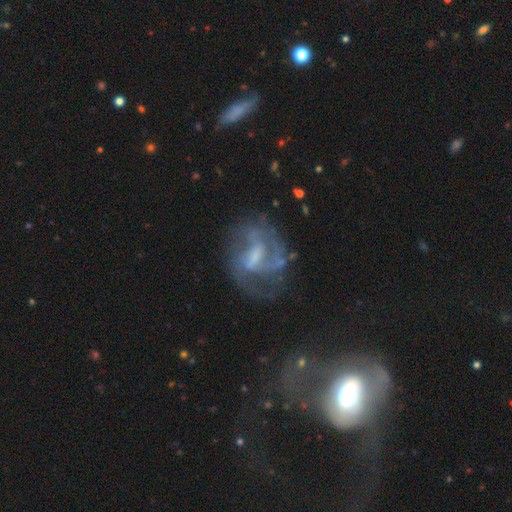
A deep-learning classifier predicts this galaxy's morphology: A featured or disk galaxy (75%) with a weak bar (51%), 2 (42%) medium (45%) spiral arms (78%) and a moderate central bulge (35%).

Vote fractions:
- Smooth or featured? featured or disk: 75% / smooth: 15% / star or artifact: 10%
- Edge-on disk? no: 96% / yes: 4%
- Bar? weak: 51% / strong: 27% / no: 21%
- Spiral arms? yes: 78% / no: 22%
- Spiral winding? medium: 45% / tight: 29% / loose: 26%
- Spiral arm count? 2: 42% / can't tell: 32% / 3: 12% / 1: 8% / 4: 4% / more than 4: 3%
- Bulge size? moderate: 35% / small: 31% / none: 27% / large: 6% / dominant: 1%
- Merging? none: 52% / major disturbance: 22% / minor disturbance: 21% / merger: 5%